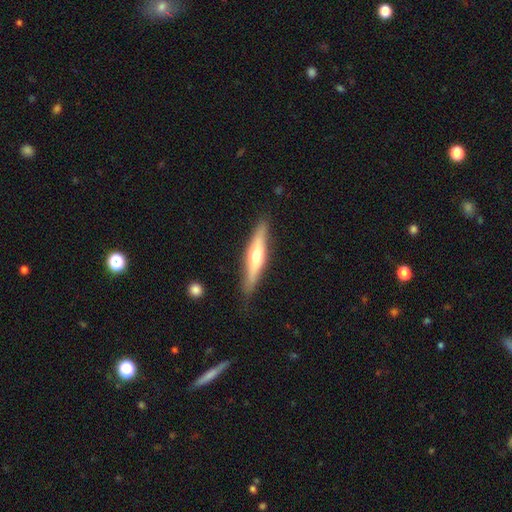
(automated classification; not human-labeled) Smooth or featured?
  - featured or disk: 54% *
  - smooth: 40%
  - star or artifact: 5%
Edge-on disk?
  - yes: 91% *
  - no: 9%
Merging?
  - none: 84% *
  - minor disturbance: 12%
  - major disturbance: 2%
  - merger: 1%